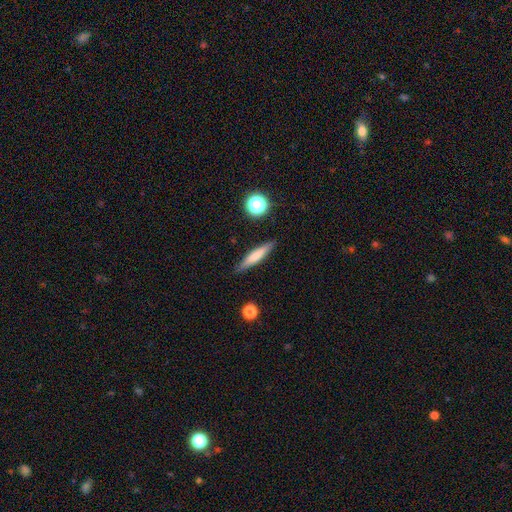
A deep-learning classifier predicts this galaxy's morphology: smooth-or-featured: smooth: 65% | featured or disk: 27% | star or artifact: 7%
  how-rounded: cigar-shaped: 88% | in between: 10% | round: 2%
  merging: none: 88% | minor disturbance: 9% | major disturbance: 2% | merger: 2%